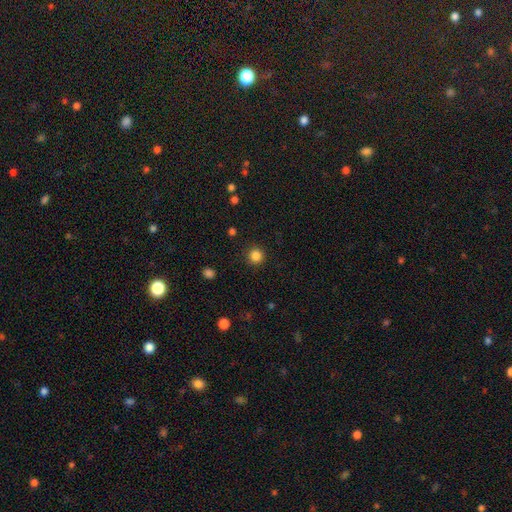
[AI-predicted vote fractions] Smooth or featured? Predicted: smooth (p=0.85). How rounded? Predicted: round (p=0.94). Merging? Predicted: none (p=0.91).